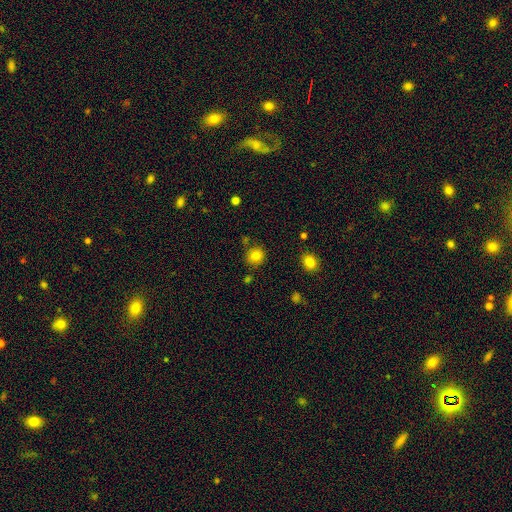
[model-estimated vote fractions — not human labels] Smooth or featured: smooth — 82% (star or artifact — 11%)
How rounded: round — 85% (in between — 14%)
Merging: none — 84% (minor disturbance — 9%)